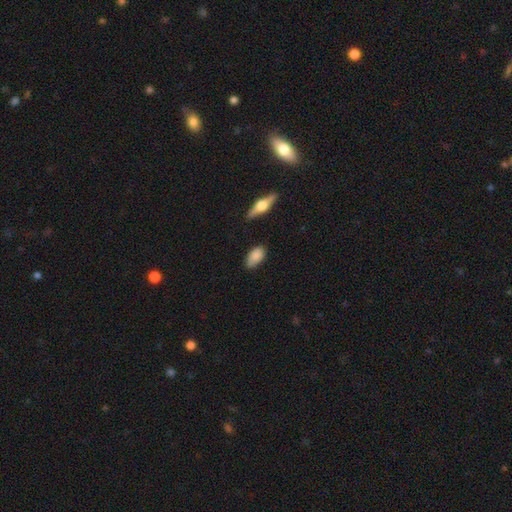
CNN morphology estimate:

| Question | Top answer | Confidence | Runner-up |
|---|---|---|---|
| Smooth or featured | smooth | 84% | featured or disk (9%) |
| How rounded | in between | 91% | cigar-shaped (5%) |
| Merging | none | 78% | minor disturbance (17%) |